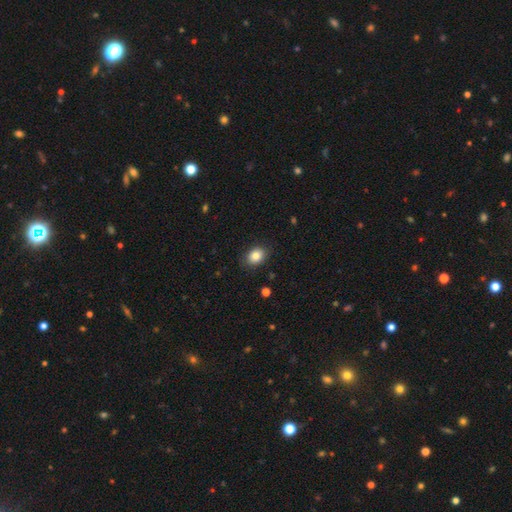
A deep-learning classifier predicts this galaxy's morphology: Smooth or featured?
  - smooth: 83% *
  - star or artifact: 9%
  - featured or disk: 8%
How rounded?
  - in between: 63% *
  - round: 36%
  - cigar-shaped: 1%
Merging?
  - none: 86% *
  - minor disturbance: 11%
  - major disturbance: 3%
  - merger: 1%